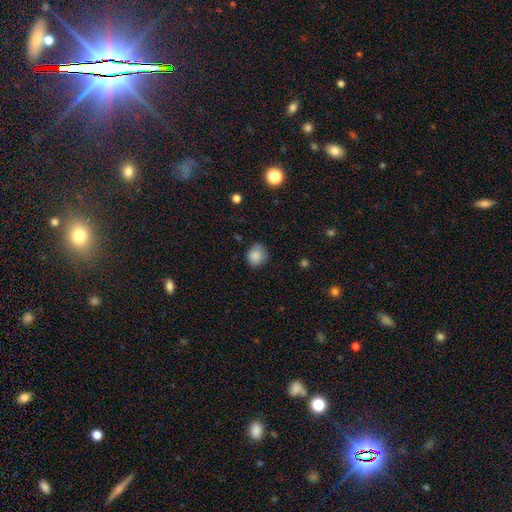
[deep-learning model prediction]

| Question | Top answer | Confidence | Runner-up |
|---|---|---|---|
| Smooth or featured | smooth | 85% | star or artifact (9%) |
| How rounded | round | 80% | in between (20%) |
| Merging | none | 74% | minor disturbance (21%) |